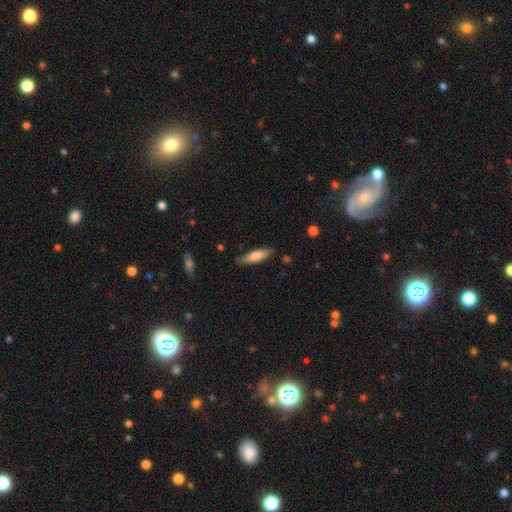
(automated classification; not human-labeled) Smooth or featured: smooth — 68% (featured or disk — 27%)
How rounded: cigar-shaped — 70% (in between — 28%)
Merging: none — 82% (minor disturbance — 13%)